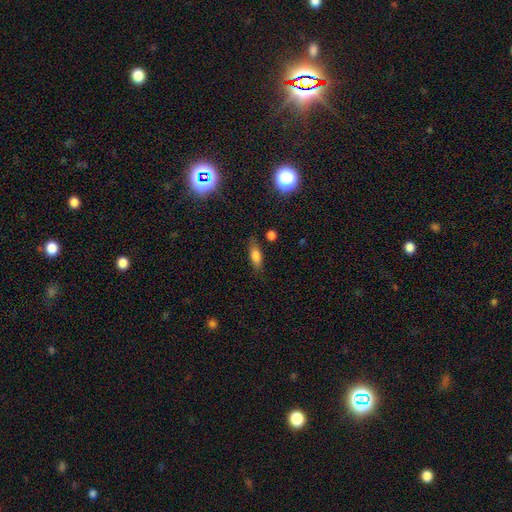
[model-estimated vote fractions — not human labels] This appears to be a smooth galaxy with no disk features (75%) that is in between round and cigar-shaped (70%). Merging: none (76%).